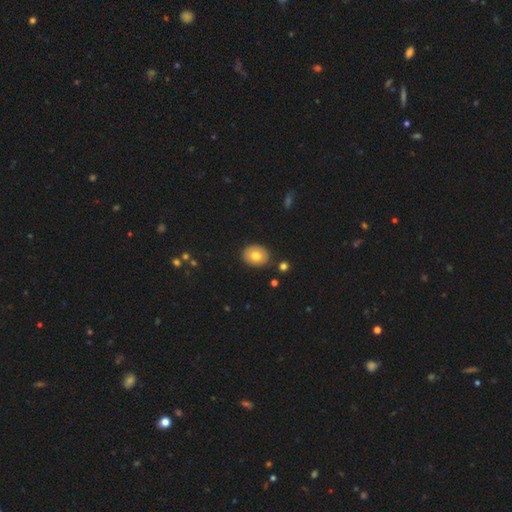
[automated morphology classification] This appears to be a smooth galaxy with no disk features (77%) that is round (50%). Merging: none (87%).